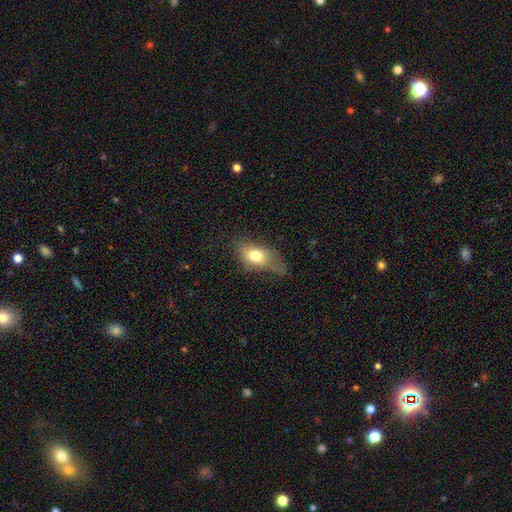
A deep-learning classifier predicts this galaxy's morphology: Q: Smooth or featured?
A: smooth (73%); runner-up: featured or disk (17%)
Q: How rounded?
A: in between (83%); runner-up: round (13%)
Q: Merging?
A: none (36%); tied with: minor disturbance (36%)